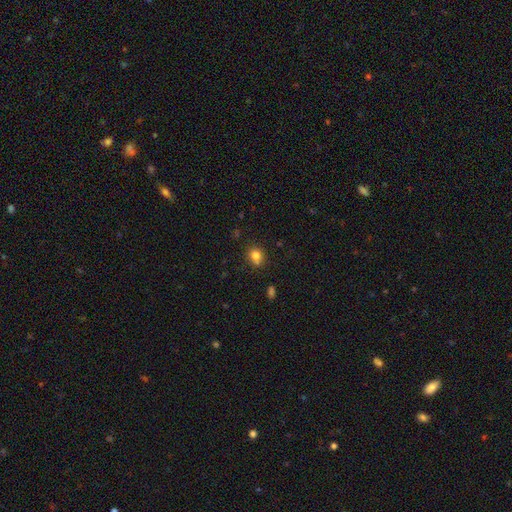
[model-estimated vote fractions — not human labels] The model was most divided on "how rounded": round: 70%, in between: 29%, cigar-shaped: 1%. More confident: smooth or featured — smooth (80%); merging — none (70%).